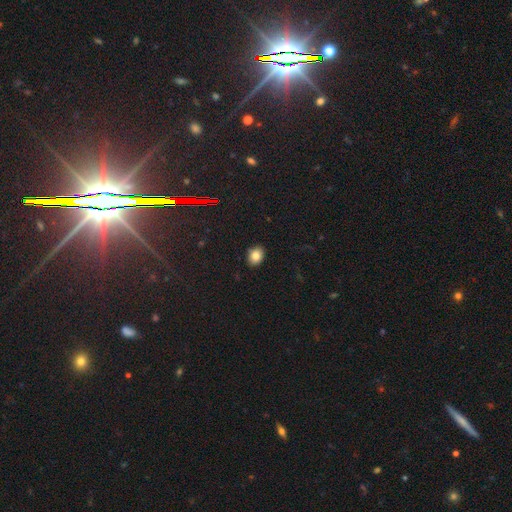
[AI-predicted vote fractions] Overall: smooth (82%). How rounded: in between (62%; round 37%). Merging: none (89%).